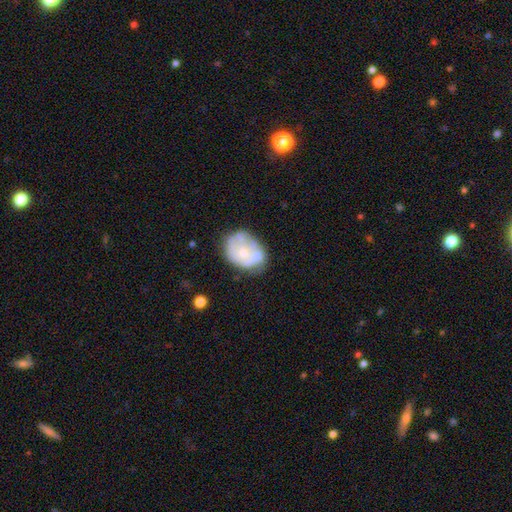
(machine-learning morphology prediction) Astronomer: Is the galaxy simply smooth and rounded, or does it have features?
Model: featured or disk — 52% (runner-up: smooth, 41%).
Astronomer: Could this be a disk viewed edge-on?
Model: no — 98%.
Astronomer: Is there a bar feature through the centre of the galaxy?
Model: no — 89%.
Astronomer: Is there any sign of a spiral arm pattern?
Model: no — 78%.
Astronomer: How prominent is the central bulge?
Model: small — 46% (runner-up: moderate, 37%).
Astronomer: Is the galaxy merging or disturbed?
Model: none — 43% (runner-up: minor disturbance, 27%).